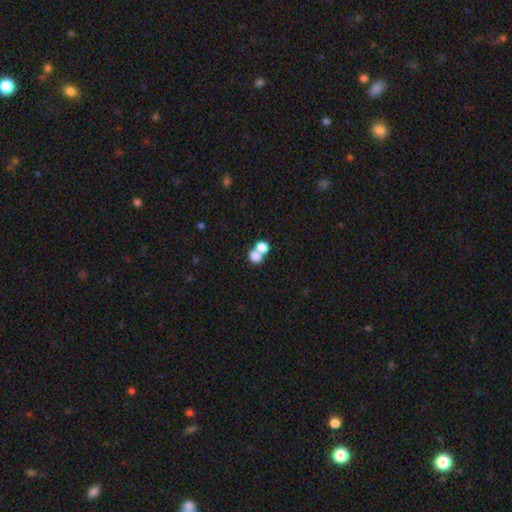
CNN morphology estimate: This appears to be a smooth galaxy with no disk features (76%) that is round (60%). Merging: merger (61%).